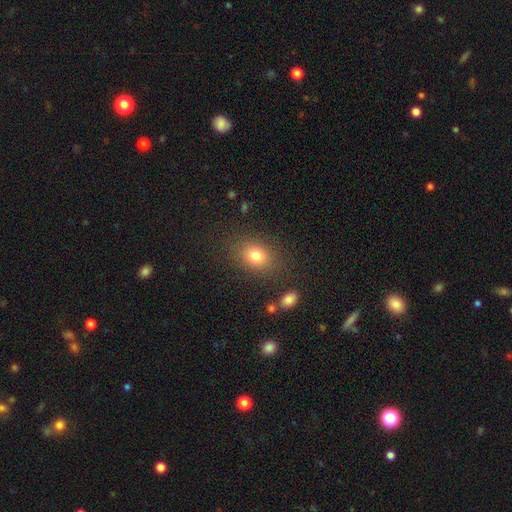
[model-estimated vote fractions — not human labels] Morphology: type=smooth (79%); roundness=in between (63%); merging=none (81%).